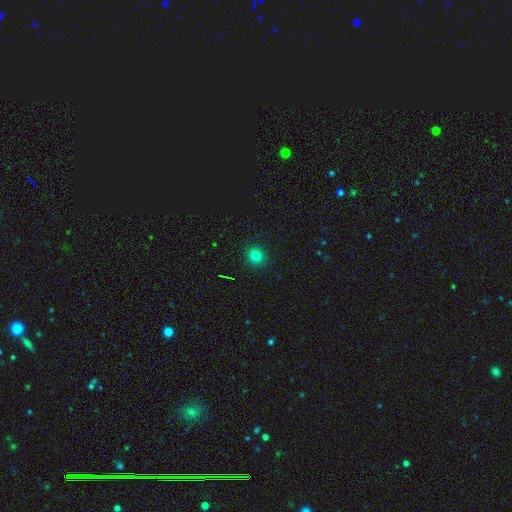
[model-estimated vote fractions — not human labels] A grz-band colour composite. It shows a smooth galaxy with no disk features (79%) that is round (83%). Merging: none (90%).